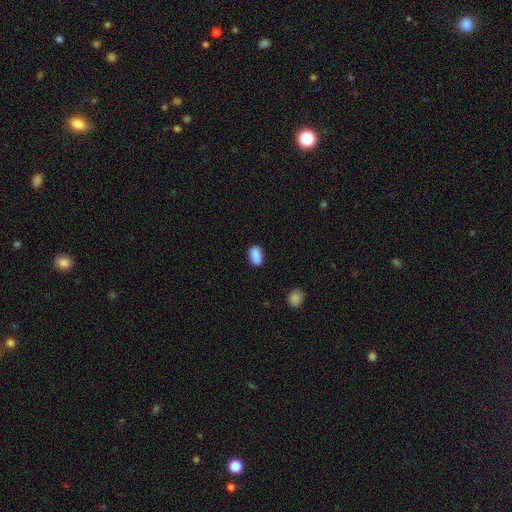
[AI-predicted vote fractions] Smooth or featured? Predicted: smooth (p=0.88). How rounded? Predicted: in between (p=0.90). Merging? Predicted: none (p=0.80).